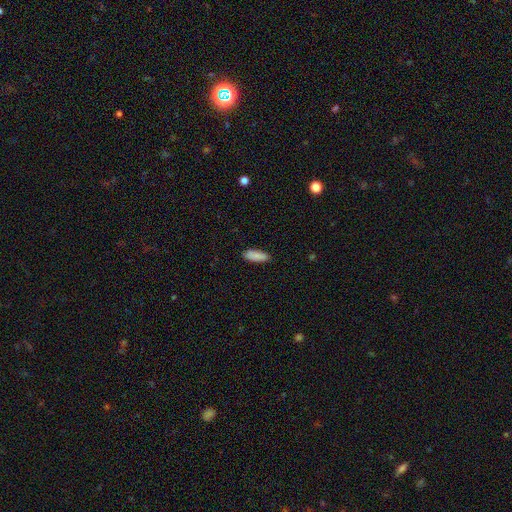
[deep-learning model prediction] Smooth or featured?
  - smooth: 87% *
  - featured or disk: 7%
  - star or artifact: 6%
How rounded?
  - in between: 65% *
  - cigar-shaped: 34%
  - round: 2%
Merging?
  - none: 86% *
  - minor disturbance: 10%
  - major disturbance: 2%
  - merger: 1%